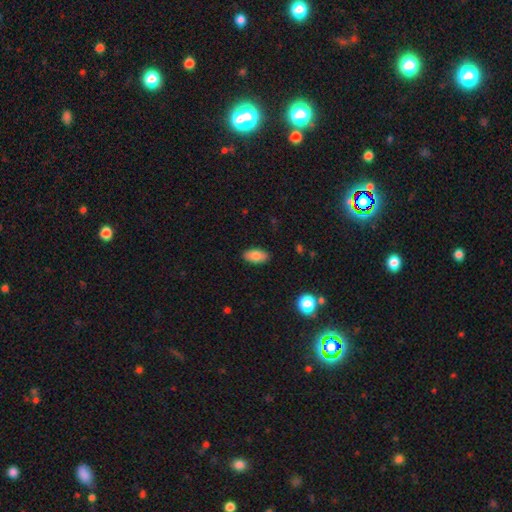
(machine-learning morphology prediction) smooth_or_featured: smooth (p=0.83) [alt: featured or disk p=0.10]
how_rounded: in between (p=0.92) [alt: cigar-shaped p=0.04]
merging: none (p=0.88) [alt: minor disturbance p=0.08]